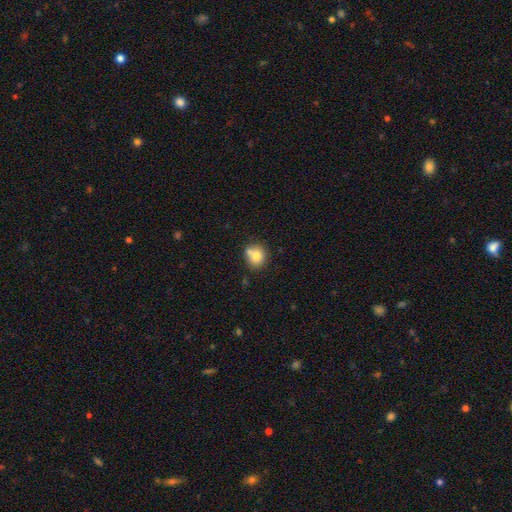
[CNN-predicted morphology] Q: Smooth or featured?
A: smooth (76%); runner-up: featured or disk (14%)
Q: How rounded?
A: round (83%); runner-up: in between (16%)
Q: Merging?
A: none (58%); runner-up: merger (27%)